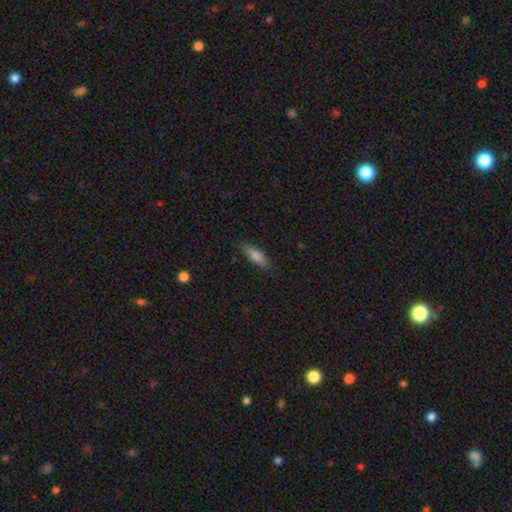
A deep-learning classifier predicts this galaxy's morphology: Smooth or featured: smooth — 80% (featured or disk — 13%)
How rounded: cigar-shaped — 51% (in between — 47%)
Merging: none — 85% (minor disturbance — 12%)